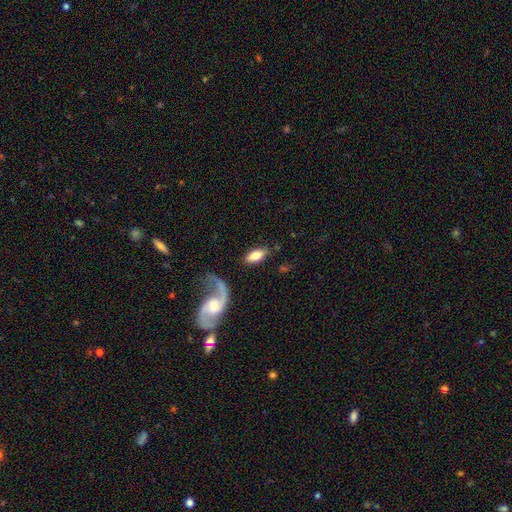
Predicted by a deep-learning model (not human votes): A smooth galaxy with no disk features (69%) that is in between round and cigar-shaped (89%). Merging: none (75%).